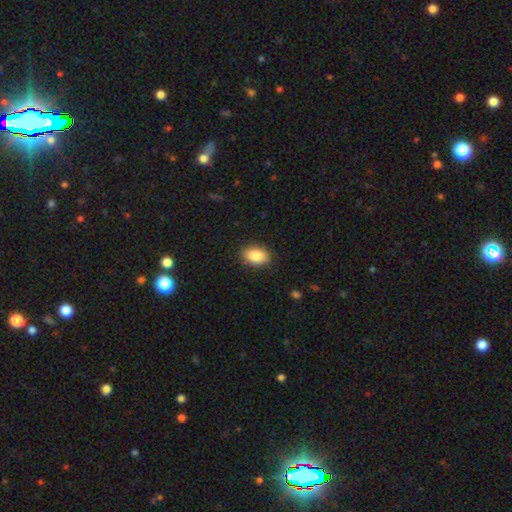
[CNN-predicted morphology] Overall: smooth (88%). How rounded: in between (89%). Merging: none (87%).